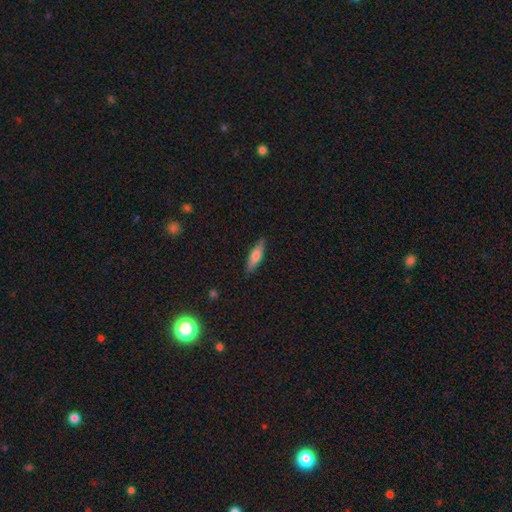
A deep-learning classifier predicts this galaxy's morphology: This appears to be a smooth galaxy with no disk features (66%) that is cigar-shaped (64%). Merging: none (85%).